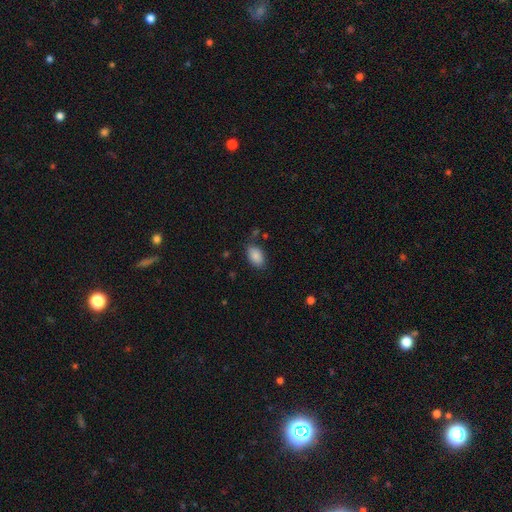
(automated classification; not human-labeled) Smooth or featured? Predicted: smooth (p=0.88). How rounded? Predicted: in between (p=0.91). Merging? Predicted: none (p=0.79).